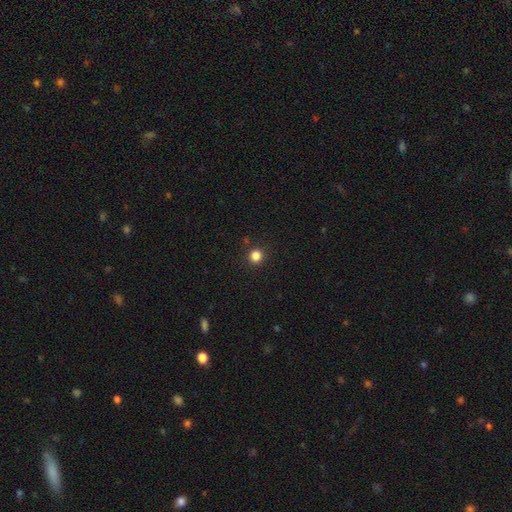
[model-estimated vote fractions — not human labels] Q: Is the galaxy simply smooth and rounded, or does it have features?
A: smooth — 84%.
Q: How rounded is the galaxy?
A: round — 90%.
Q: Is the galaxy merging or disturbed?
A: none — 90%.